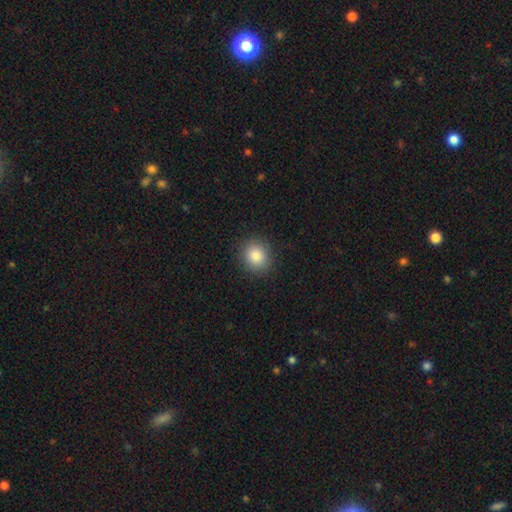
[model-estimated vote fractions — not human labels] This is clearly a smooth galaxy (84%). How rounded: clearly round (81%). Merging: clearly none (90%).